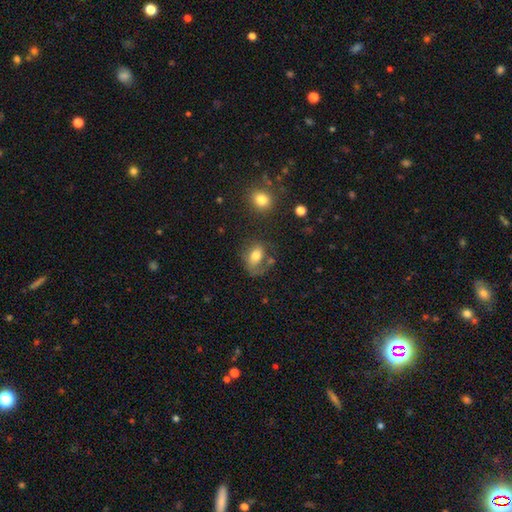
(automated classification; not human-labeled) smooth-or-featured: smooth: 72% | featured or disk: 19% | star or artifact: 9%
  how-rounded: in between: 78% | round: 20% | cigar-shaped: 2%
  merging: none: 45% | minor disturbance: 24% | major disturbance: 22% | merger: 9%